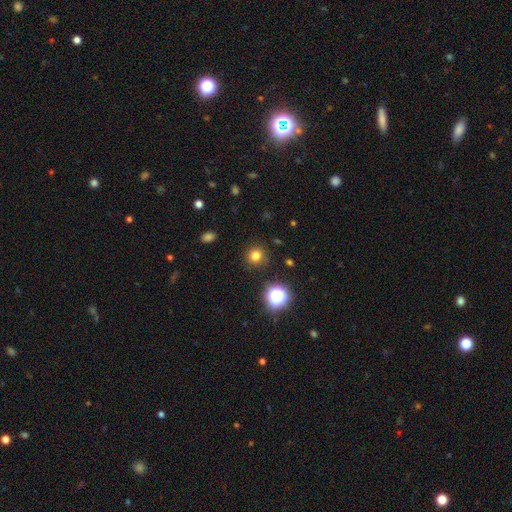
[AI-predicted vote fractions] This is likely a smooth galaxy (77%). How rounded: clearly round (93%). Merging: clearly none (90%).